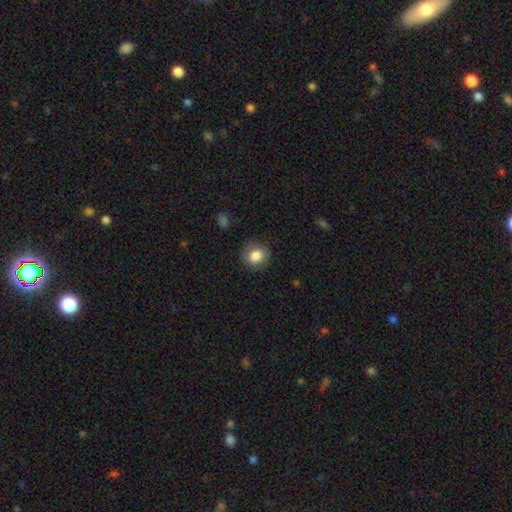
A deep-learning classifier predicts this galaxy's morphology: type=smooth (82%); roundness=round (84%); merging=none (85%).